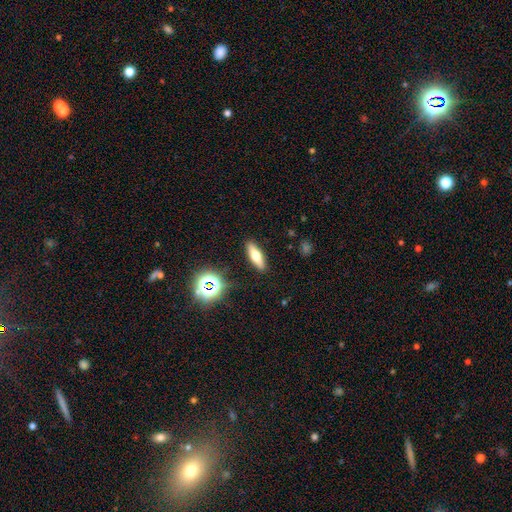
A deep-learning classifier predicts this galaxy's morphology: Overall: smooth (50%; featured or disk 38%). How rounded: cigar-shaped (58%; in between 37%). Merging: none (89%).